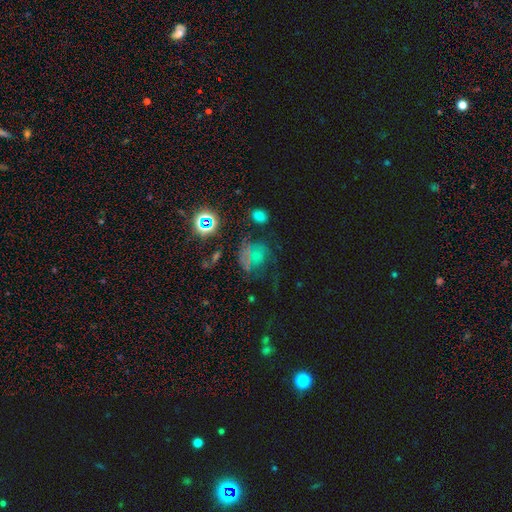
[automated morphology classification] Smooth or featured? smooth (39%)
Merging? none (50%)